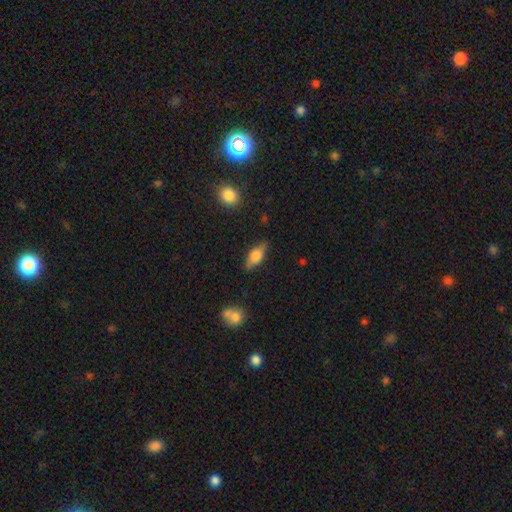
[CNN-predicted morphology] Smooth or featured? Predicted: smooth (p=0.61). How rounded? Predicted: in between (p=0.76). Merging? Predicted: none (p=0.80).